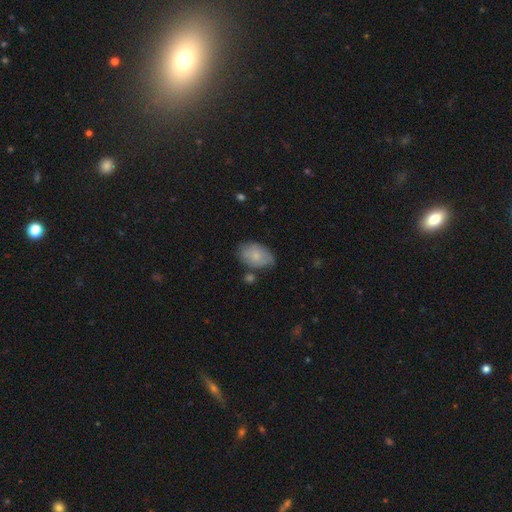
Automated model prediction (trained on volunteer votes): This is likely a smooth galaxy (75%). How rounded: clearly in between (86%). Merging: likely none (61%).